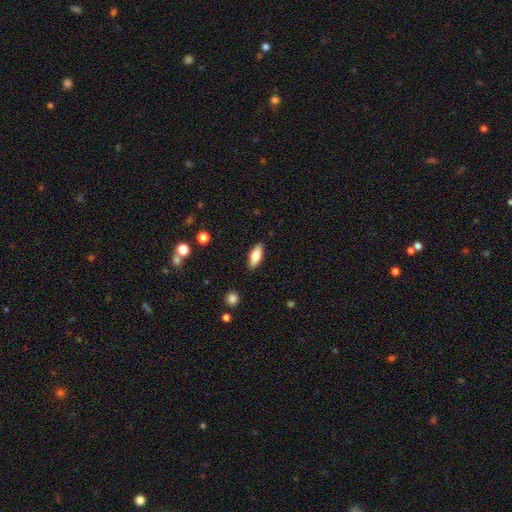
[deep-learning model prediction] This is likely a smooth galaxy (70%). How rounded: likely in between (75%). Merging: clearly none (88%).